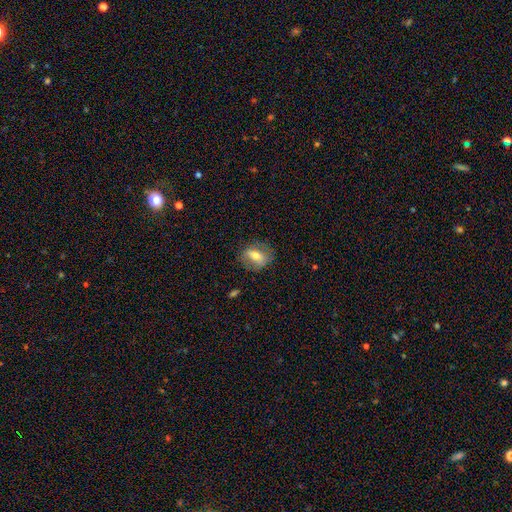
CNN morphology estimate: Smooth or featured? Predicted: smooth (p=0.53). How rounded? Predicted: in between (p=0.60). Merging? Predicted: none (p=0.76).